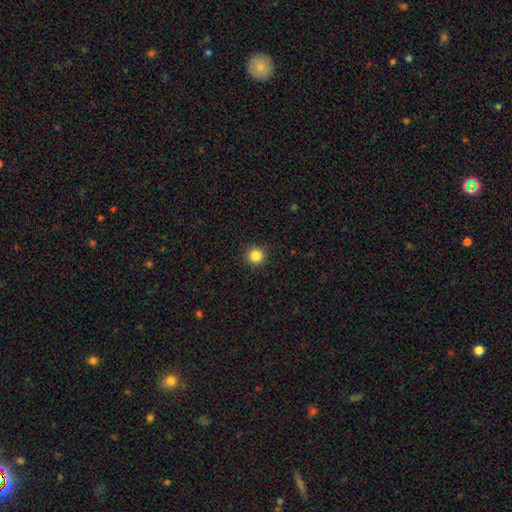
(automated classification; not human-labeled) Smooth or featured? smooth (85%)
How rounded? round (95%)
Merging? none (92%)